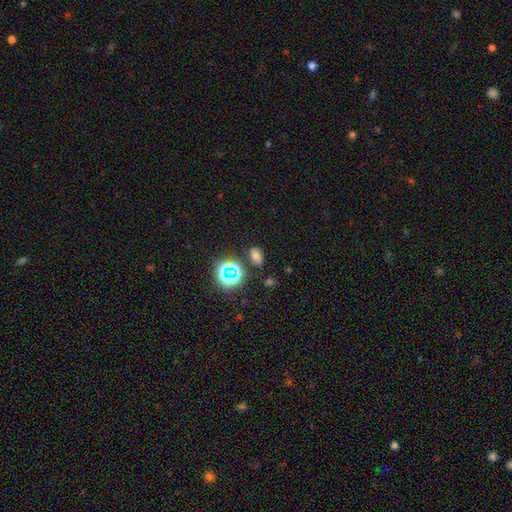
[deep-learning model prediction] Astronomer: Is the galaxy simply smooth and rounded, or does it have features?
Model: smooth — 63%.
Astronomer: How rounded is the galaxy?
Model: in between — 81%.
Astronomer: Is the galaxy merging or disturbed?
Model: none — 79%.